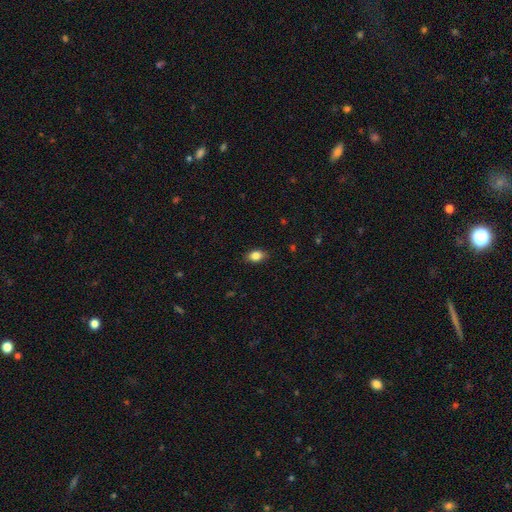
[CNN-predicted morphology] smooth-or-featured: smooth: 83% | star or artifact: 9% | featured or disk: 8%
  how-rounded: in between: 80% | round: 17% | cigar-shaped: 3%
  merging: none: 84% | minor disturbance: 13% | major disturbance: 2% | merger: 1%